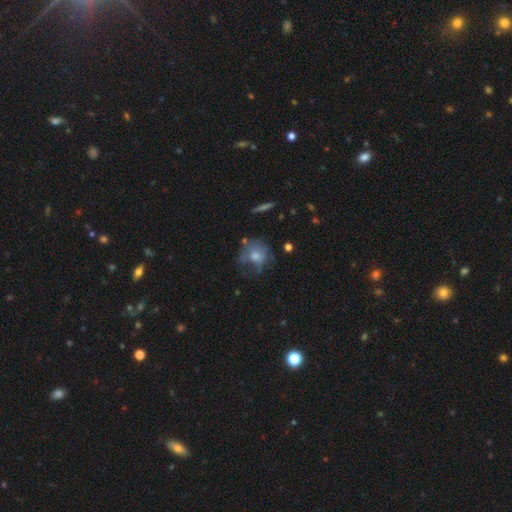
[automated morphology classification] smooth_or_featured: smooth (p=0.54) [alt: featured or disk p=0.36]
how_rounded: round (p=0.72) [alt: in between p=0.27]
merging: none (p=0.44) [alt: minor disturbance p=0.26]